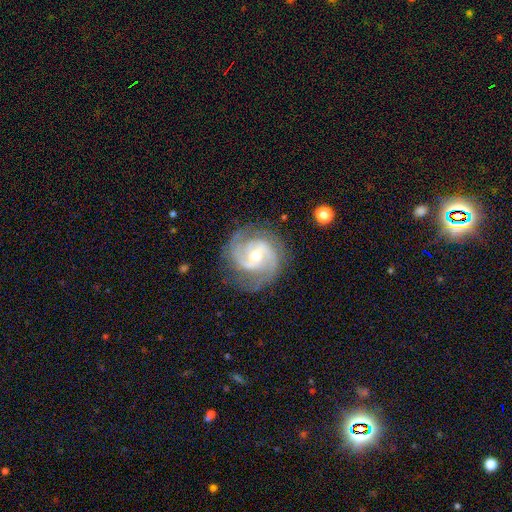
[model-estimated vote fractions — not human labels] smooth-or-featured: featured or disk: 91% | star or artifact: 5% | smooth: 4%
  disk-edge-on: no: 98% | yes: 2%
    bar: weak: 46% | no: 36% | strong: 18%
    has-spiral-arms: yes: 98% | no: 2%
      spiral-winding: medium: 53% | tight: 34% | loose: 13%
      spiral-arm-count: 2: 76% | 3: 12% | can't tell: 5% | 1: 2% | 4: 2% | more than 4: 2%
    bulge-size: moderate: 55% | small: 41% | large: 2% | none: 1% | dominant: 1%
  merging: none: 79% | minor disturbance: 14% | major disturbance: 6% | merger: 1%